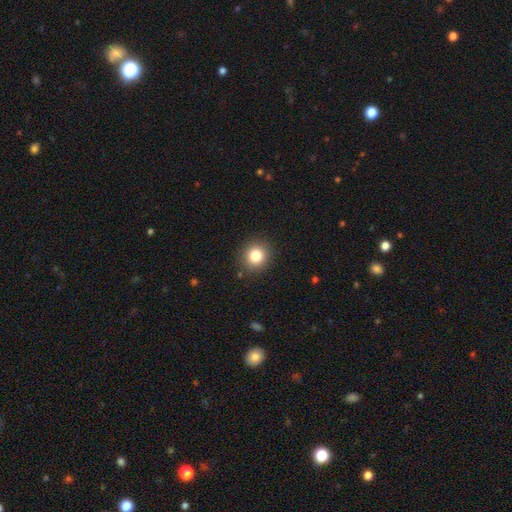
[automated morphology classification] The model was most divided on "smooth or featured": smooth: 82%, star or artifact: 11%, featured or disk: 7%. More confident: merging — none (89%); how rounded — round (86%).